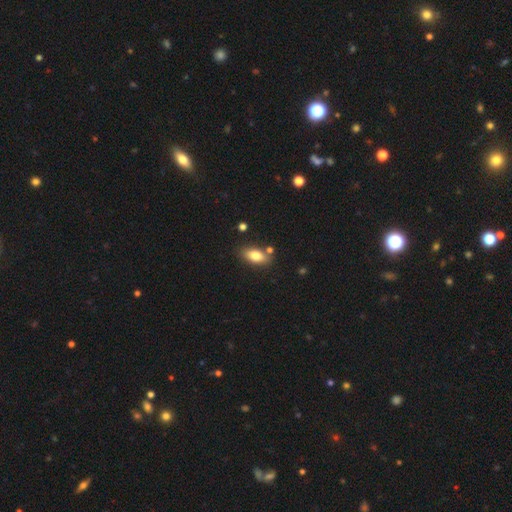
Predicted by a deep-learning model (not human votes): Smooth or featured? Predicted: smooth (p=0.79). How rounded? Predicted: in between (p=0.86). Merging? Predicted: none (p=0.79).